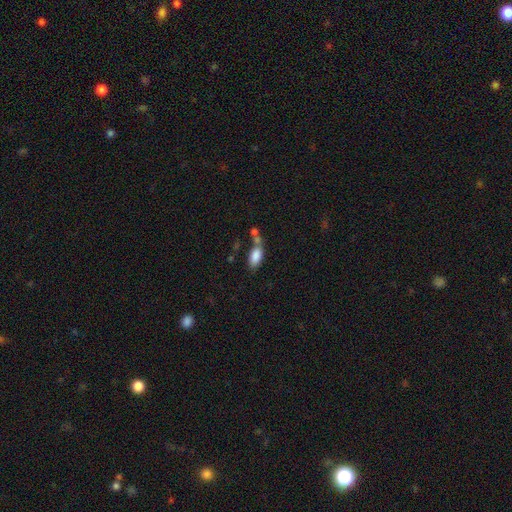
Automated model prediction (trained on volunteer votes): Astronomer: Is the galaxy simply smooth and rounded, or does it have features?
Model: smooth — 84%.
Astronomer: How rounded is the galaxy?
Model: in between — 90%.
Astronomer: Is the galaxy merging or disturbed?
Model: none — 45% (runner-up: merger, 32%).